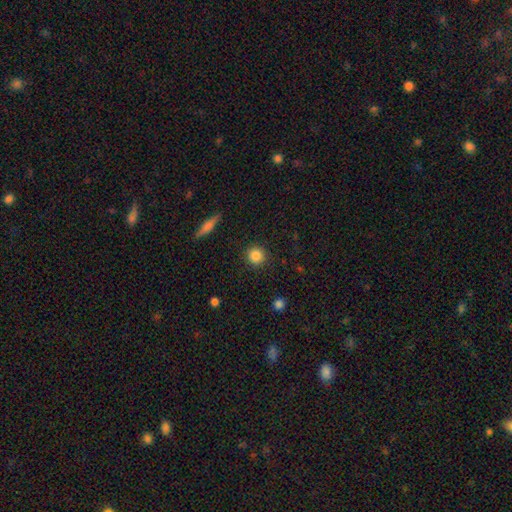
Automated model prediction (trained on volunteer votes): A smooth galaxy with no disk features (86%) that is round (93%). Merging: none (91%).